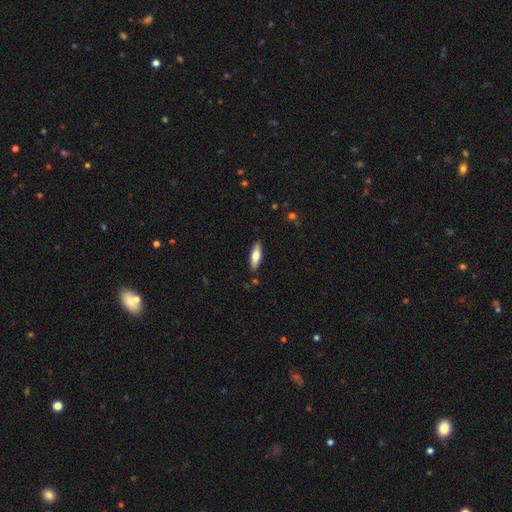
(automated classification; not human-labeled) Q: Smooth or featured?
A: smooth (63%); runner-up: featured or disk (32%)
Q: How rounded?
A: cigar-shaped (50%); runner-up: in between (48%)
Q: Merging?
A: none (87%); runner-up: minor disturbance (9%)